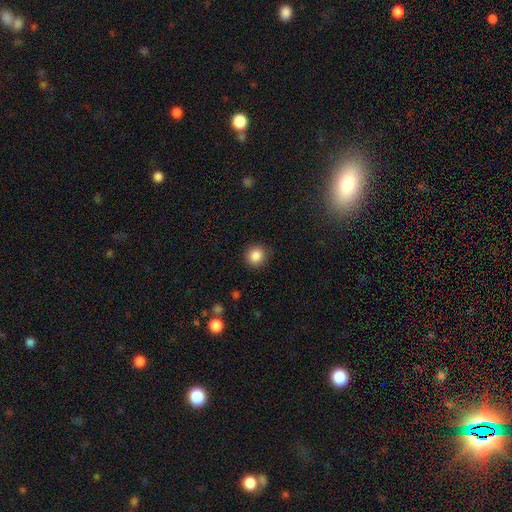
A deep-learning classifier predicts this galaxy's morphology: A smooth galaxy with no disk features (87%) that is round (92%). Merging: none (89%).